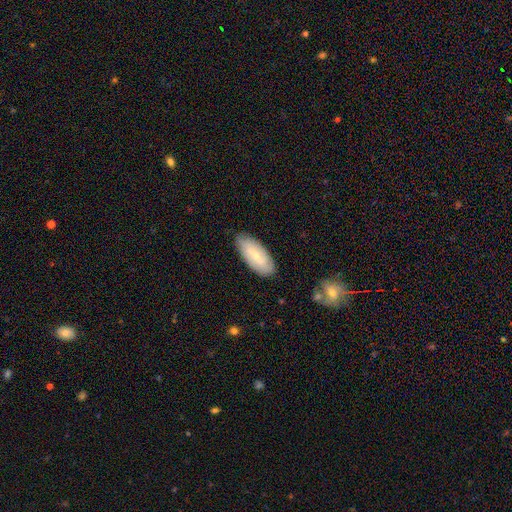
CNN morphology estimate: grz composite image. It shows a smooth galaxy with no disk features (52%) that is in between round and cigar-shaped (83%). Merging: none (83%).